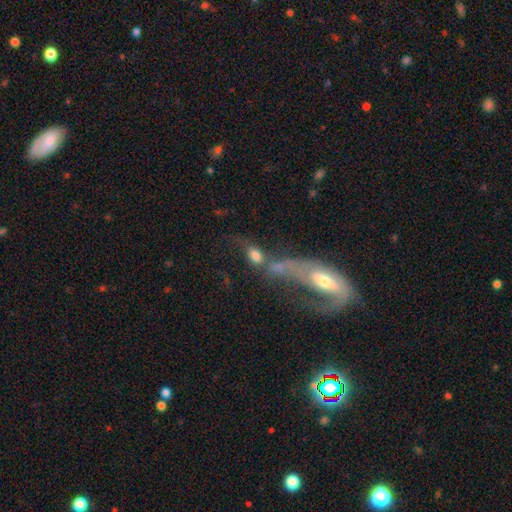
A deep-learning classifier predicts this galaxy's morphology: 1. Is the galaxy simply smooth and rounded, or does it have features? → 65% smooth, 23% featured or disk, 12% star or artifact.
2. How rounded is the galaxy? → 79% in between, 13% round, 8% cigar-shaped.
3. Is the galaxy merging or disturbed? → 46% merger, 25% none, 17% major disturbance, 12% minor disturbance.